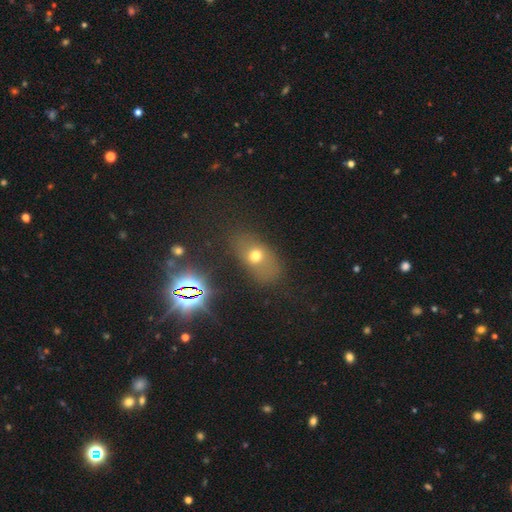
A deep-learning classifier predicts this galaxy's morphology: smooth_or_featured: smooth (p=0.59) [alt: featured or disk p=0.21]
how_rounded: in between (p=0.75) [alt: round p=0.22]
merging: none (p=0.66) [alt: minor disturbance p=0.18]